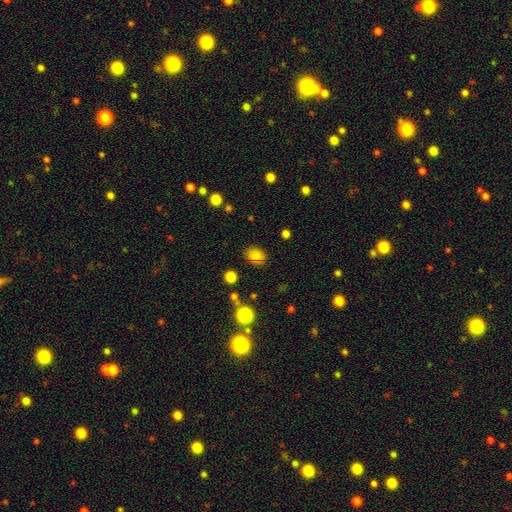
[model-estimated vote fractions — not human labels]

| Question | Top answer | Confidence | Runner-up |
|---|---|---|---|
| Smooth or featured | smooth | 80% | star or artifact (14%) |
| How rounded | in between | 60% | round (39%) |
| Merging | none | 79% | minor disturbance (14%) |